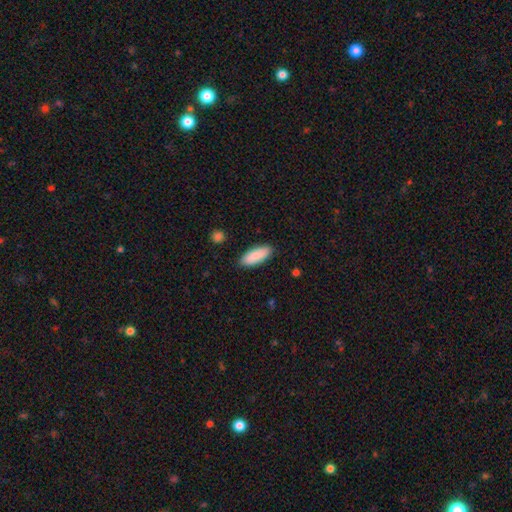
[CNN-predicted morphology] smooth-or-featured: smooth: 88% | featured or disk: 6% | star or artifact: 6%
  how-rounded: in between: 72% | cigar-shaped: 26% | round: 2%
  merging: none: 88% | minor disturbance: 9% | major disturbance: 2% | merger: 1%